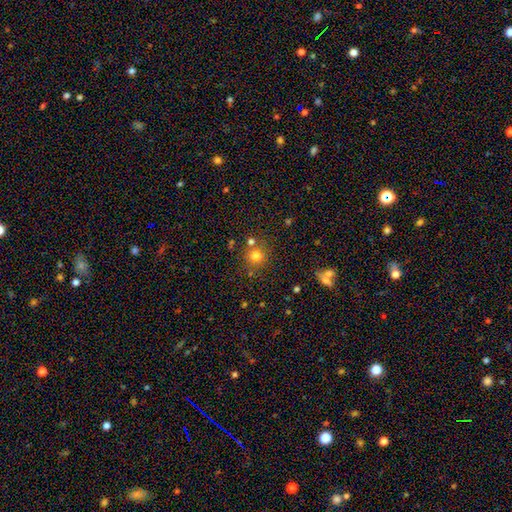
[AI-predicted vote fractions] Smooth or featured?
  - smooth: 76% *
  - star or artifact: 16%
  - featured or disk: 8%
How rounded?
  - round: 91% *
  - in between: 8%
  - cigar-shaped: 1%
Merging?
  - none: 73% *
  - merger: 14%
  - minor disturbance: 9%
  - major disturbance: 4%